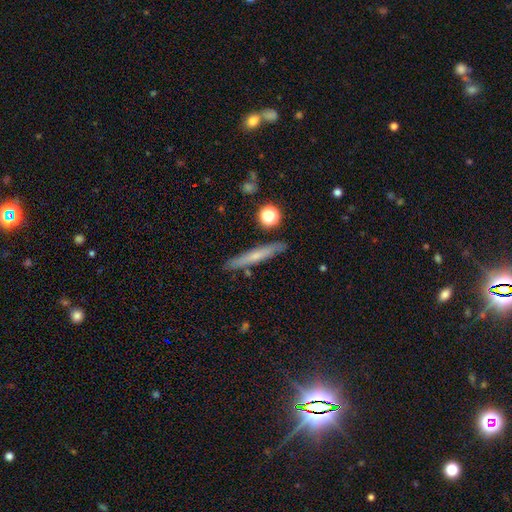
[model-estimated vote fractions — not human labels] Smooth or featured? Predicted: smooth (p=0.51). How rounded? Predicted: cigar-shaped (p=0.94). Merging? Predicted: none (p=0.87).